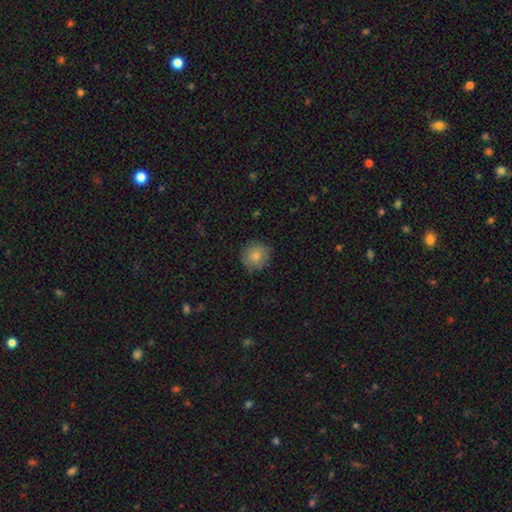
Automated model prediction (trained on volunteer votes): smooth-or-featured: smooth: 81% | featured or disk: 10% | star or artifact: 8%
  how-rounded: round: 91% | in between: 8% | cigar-shaped: 1%
  merging: none: 82% | minor disturbance: 14% | major disturbance: 3% | merger: 1%